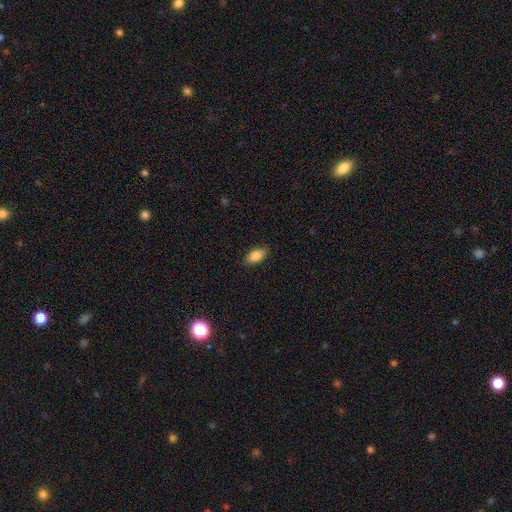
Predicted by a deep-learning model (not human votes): Smooth or featured?
  - smooth: 83% *
  - featured or disk: 10%
  - star or artifact: 7%
How rounded?
  - in between: 89% *
  - cigar-shaped: 8%
  - round: 4%
Merging?
  - none: 86% *
  - minor disturbance: 11%
  - major disturbance: 2%
  - merger: 1%